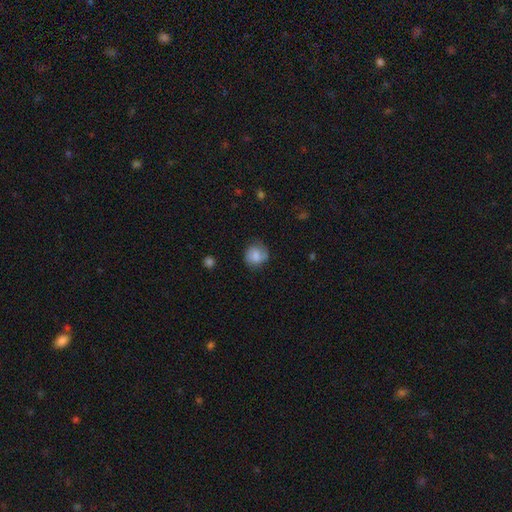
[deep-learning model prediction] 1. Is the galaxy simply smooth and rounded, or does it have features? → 74% smooth, 18% featured or disk, 8% star or artifact.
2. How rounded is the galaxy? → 79% round, 20% in between, 1% cigar-shaped.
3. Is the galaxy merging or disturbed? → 70% none, 22% minor disturbance, 6% major disturbance, 2% merger.